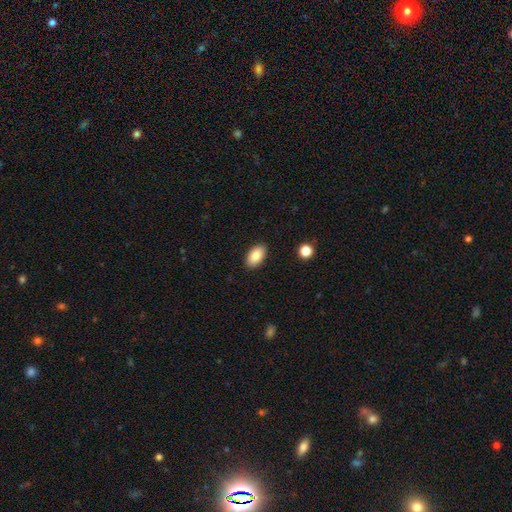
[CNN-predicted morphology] type=smooth (84%); roundness=in between (94%); merging=none (90%).